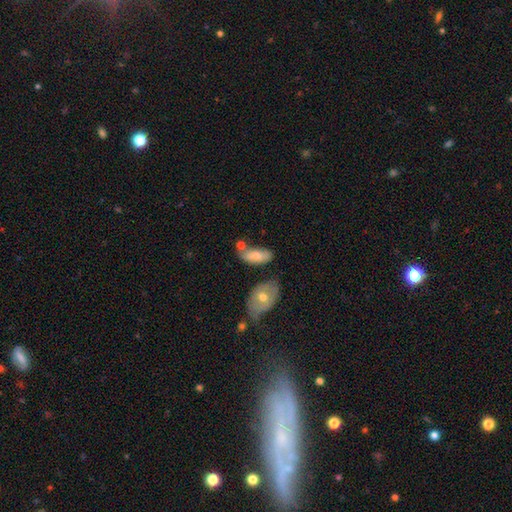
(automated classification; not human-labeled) Smooth or featured? smooth (76%)
How rounded? in between (86%)
Merging? none (51%)